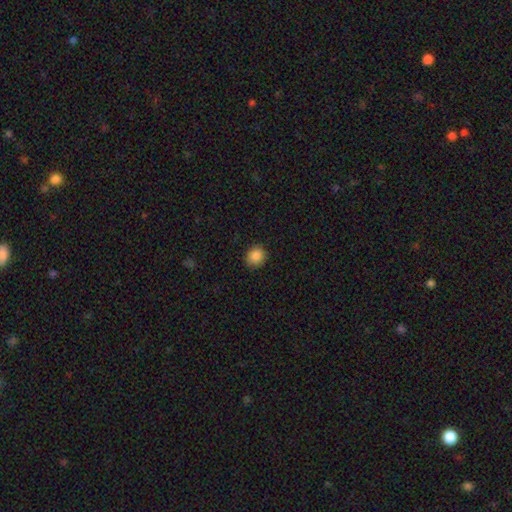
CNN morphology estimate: A smooth galaxy with no disk features (86%) that is round (77%).

Vote fractions:
- Smooth or featured? smooth: 86% / star or artifact: 10% / featured or disk: 4%
- How rounded? round: 77% / in between: 22% / cigar-shaped: 1%
- Merging? none: 88% / minor disturbance: 8% / major disturbance: 2% / merger: 1%